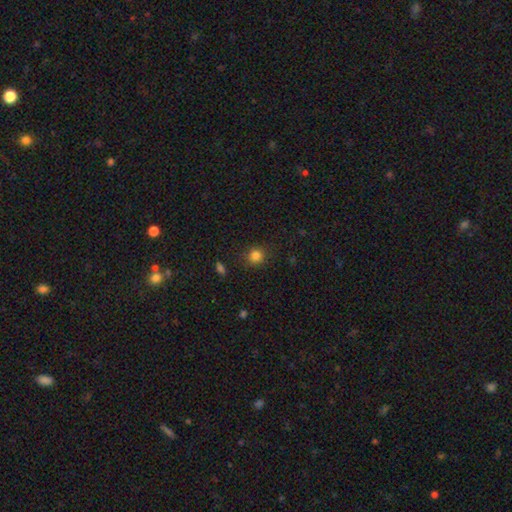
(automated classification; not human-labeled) Overall: smooth (83%). How rounded: round (87%). Merging: none (85%).